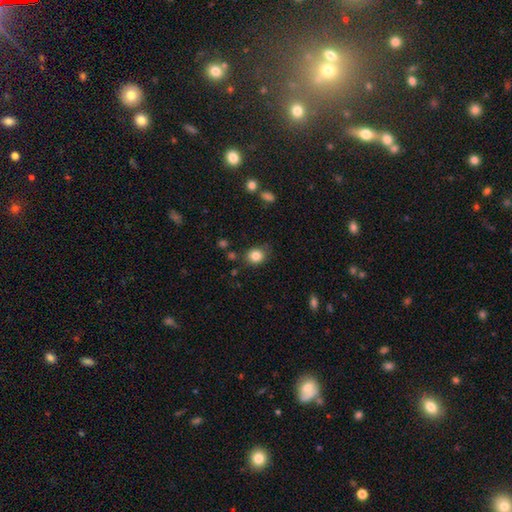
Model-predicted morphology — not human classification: smooth 84%, star or artifact 11%, featured or disk 6%. Down the decision tree: how rounded — round (72%); merging — none (79%).